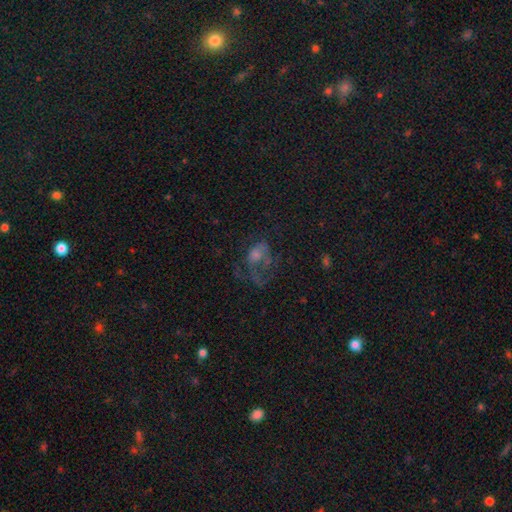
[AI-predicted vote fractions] A featured or disk galaxy (47%). Merging: major disturbance (51%).